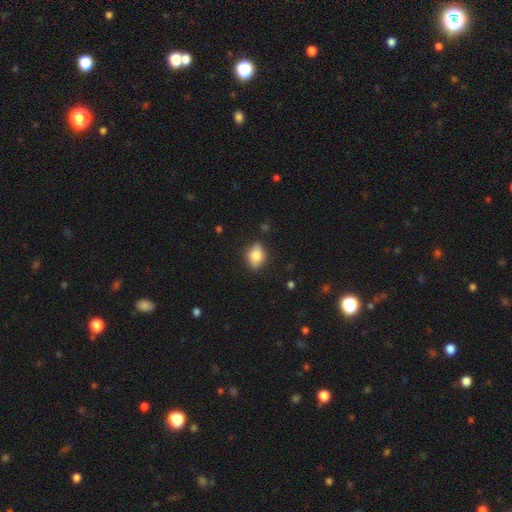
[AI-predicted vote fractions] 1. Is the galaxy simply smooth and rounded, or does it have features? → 77% smooth, 15% featured or disk, 8% star or artifact.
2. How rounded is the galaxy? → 72% in between, 25% round, 3% cigar-shaped.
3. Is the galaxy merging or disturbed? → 80% none, 15% minor disturbance, 3% major disturbance, 1% merger.